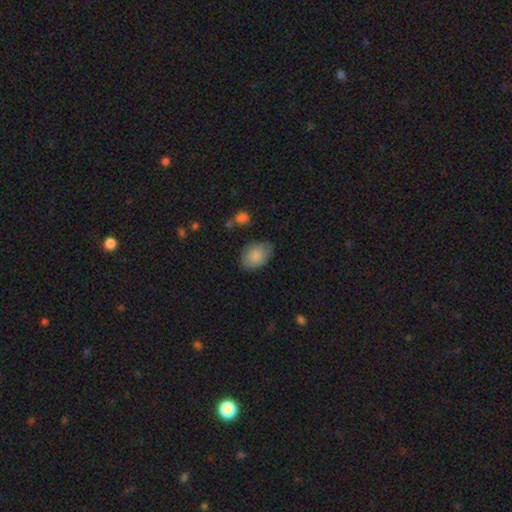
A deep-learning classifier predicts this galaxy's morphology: smooth-or-featured: smooth: 85% | featured or disk: 8% | star or artifact: 7%
  how-rounded: in between: 76% | round: 23% | cigar-shaped: 1%
  merging: none: 69% | minor disturbance: 23% | major disturbance: 5% | merger: 2%